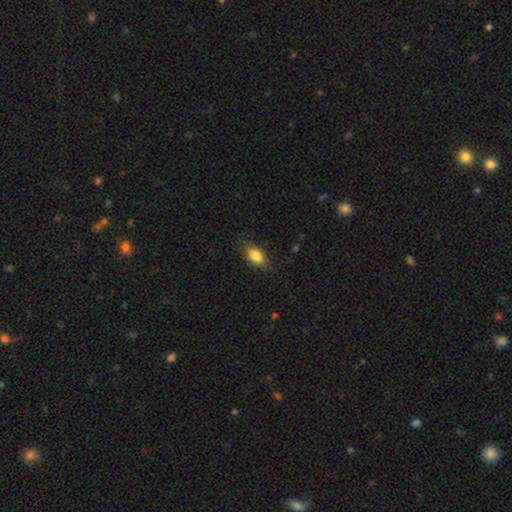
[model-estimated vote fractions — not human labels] Morphology: type=smooth (83%); roundness=in between (86%); merging=none (77%).